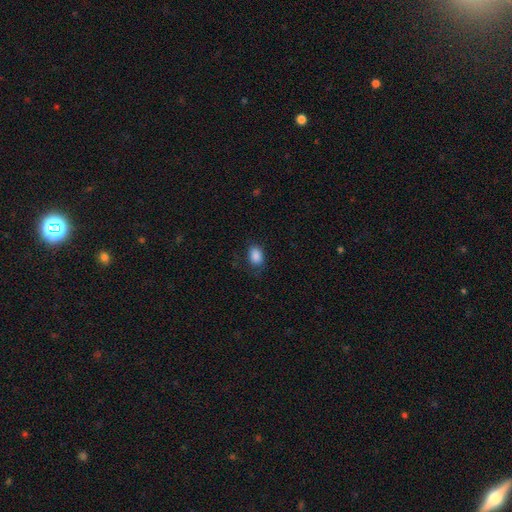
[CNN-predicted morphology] Smooth or featured? Predicted: smooth (p=0.87). How rounded? Predicted: in between (p=0.78). Merging? Predicted: none (p=0.72).